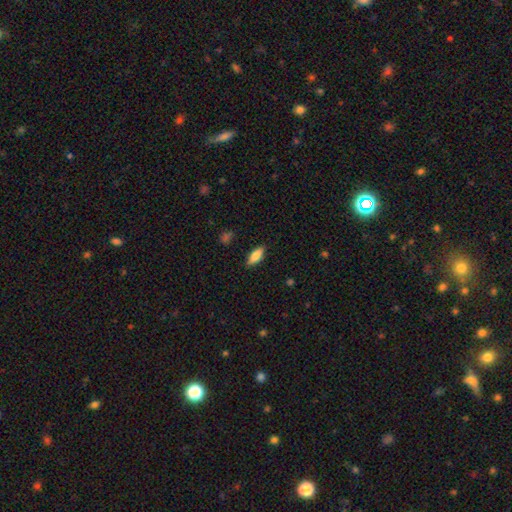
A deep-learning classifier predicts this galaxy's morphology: smooth 81%, featured or disk 12%, star or artifact 7%. Down the decision tree: how rounded — in between (74%); merging — none (86%).